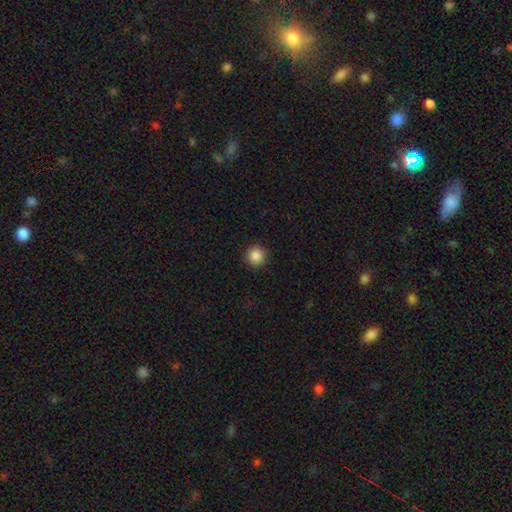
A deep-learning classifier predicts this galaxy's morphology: Overall: smooth (86%). How rounded: round (96%). Merging: none (93%).